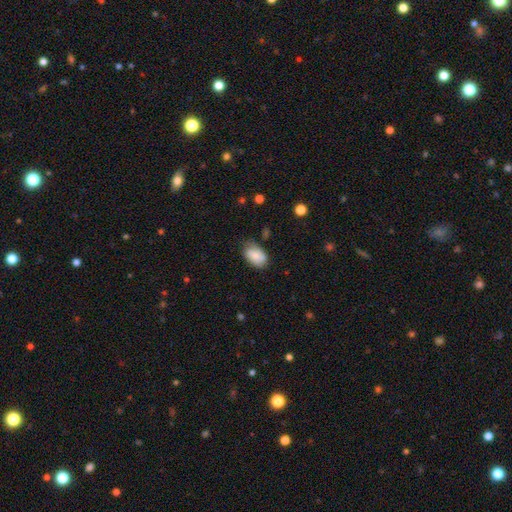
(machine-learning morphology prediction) Smooth or featured: smooth — 76% (featured or disk — 16%)
How rounded: in between — 91% (round — 7%)
Merging: none — 64% (minor disturbance — 27%)